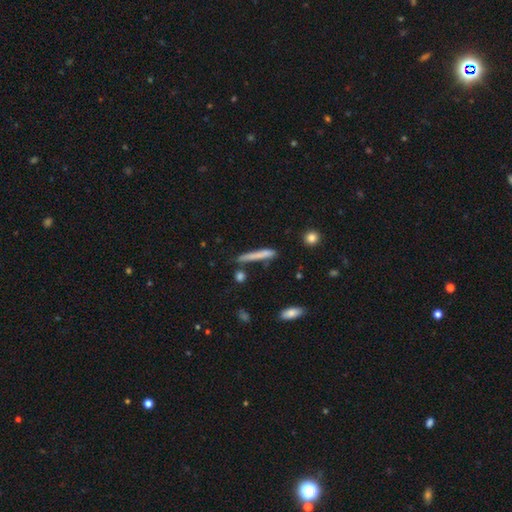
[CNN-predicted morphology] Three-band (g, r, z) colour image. It shows a smooth galaxy with no disk features (69%) that is cigar-shaped (94%). Merging: none (73%).